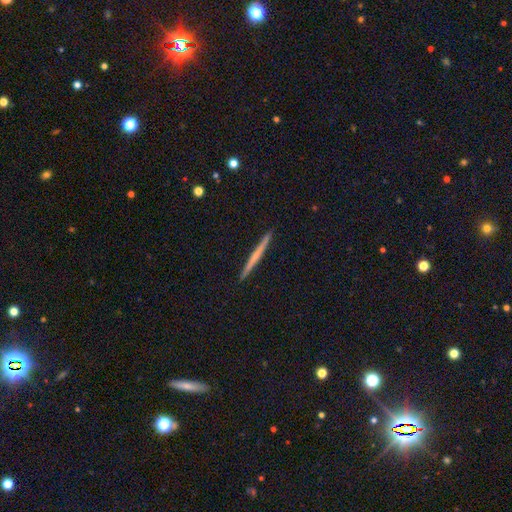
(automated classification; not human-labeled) A featured or disk galaxy (53%) viewed edge-on (98%) with no central bulge (77%).

Vote fractions:
- Smooth or featured? featured or disk: 53% / smooth: 42% / star or artifact: 6%
- Edge-on disk? yes: 98% / no: 2%
- Edge-on bulge? none: 77% / rounded: 18% / boxy: 5%
- Merging? none: 93% / minor disturbance: 5% / major disturbance: 1% / merger: 1%